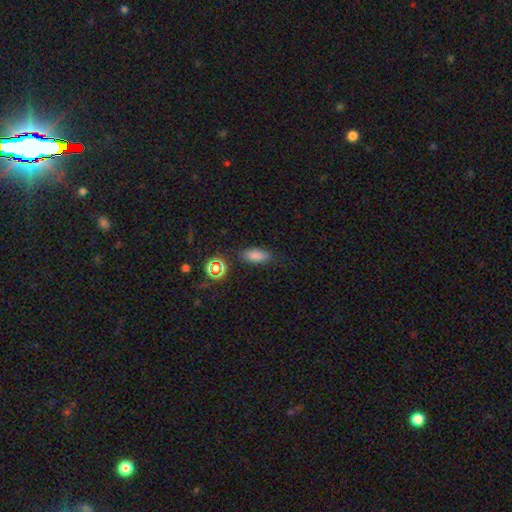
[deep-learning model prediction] A smooth galaxy with no disk features (80%) that is in between round and cigar-shaped (81%).

Vote fractions:
- Smooth or featured? smooth: 80% / star or artifact: 14% / featured or disk: 7%
- How rounded? in between: 81% / cigar-shaped: 14% / round: 5%
- Merging? none: 81% / minor disturbance: 13% / major disturbance: 4% / merger: 2%